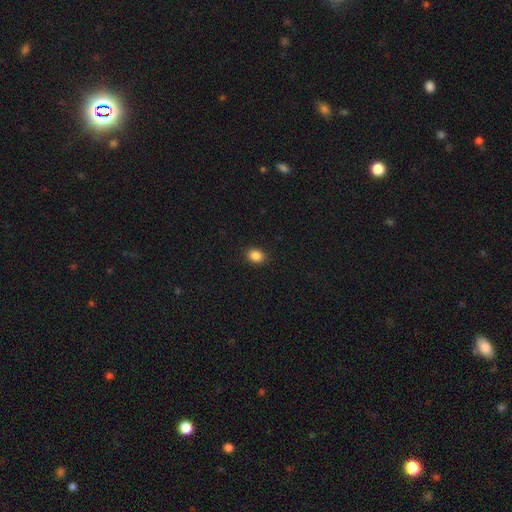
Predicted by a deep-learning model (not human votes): smooth-or-featured: smooth: 87% | star or artifact: 10% | featured or disk: 3%
  how-rounded: in between: 60% | round: 39% | cigar-shaped: 1%
  merging: none: 90% | minor disturbance: 7% | major disturbance: 2% | merger: 1%